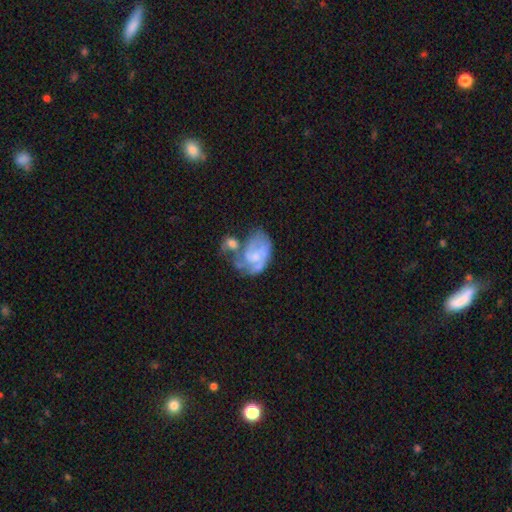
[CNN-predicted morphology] Smooth or featured? Predicted: featured or disk (p=0.71). Edge-on disk? Predicted: no (p=0.98). Bar? Predicted: no (p=0.64). Spiral arms? Predicted: yes (p=0.78). Spiral winding? Predicted: tight (p=0.42). Spiral arm count? Predicted: 2 (p=0.37). Bulge size? Predicted: small (p=0.51). Merging? Predicted: merger (p=0.33).